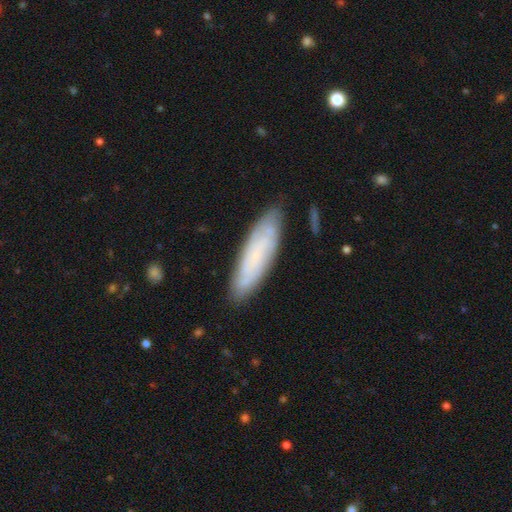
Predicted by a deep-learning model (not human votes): Overall: smooth (56%; featured or disk 37%). How rounded: cigar-shaped (62%; in between 36%). Merging: none (81%).